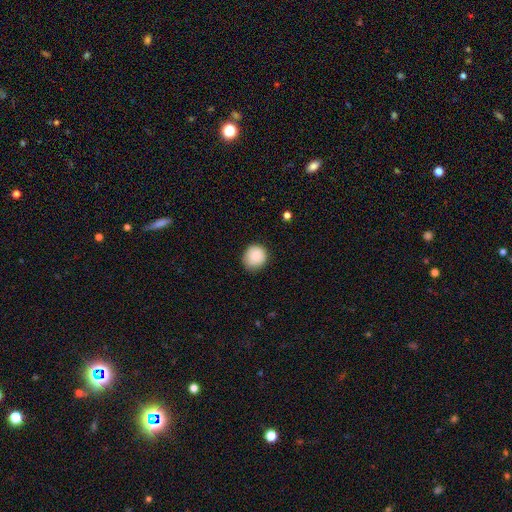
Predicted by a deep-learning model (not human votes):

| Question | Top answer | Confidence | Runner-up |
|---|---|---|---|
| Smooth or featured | smooth | 86% | star or artifact (7%) |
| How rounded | round | 87% | in between (12%) |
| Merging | none | 81% | minor disturbance (15%) |